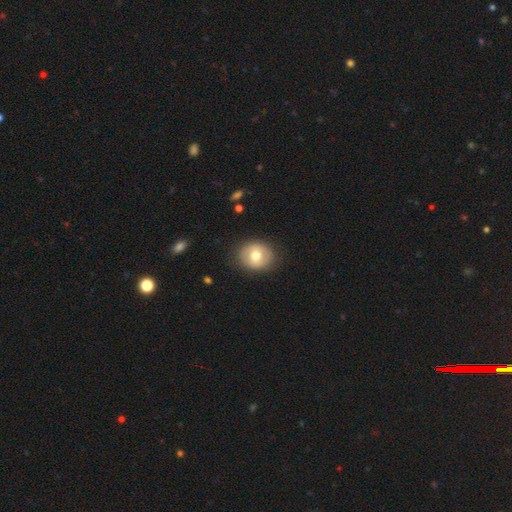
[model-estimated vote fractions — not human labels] Smooth or featured?
  - smooth: 65% *
  - featured or disk: 28%
  - star or artifact: 7%
How rounded?
  - round: 68% *
  - in between: 31%
  - cigar-shaped: 1%
Merging?
  - none: 85% *
  - minor disturbance: 11%
  - major disturbance: 3%
  - merger: 1%